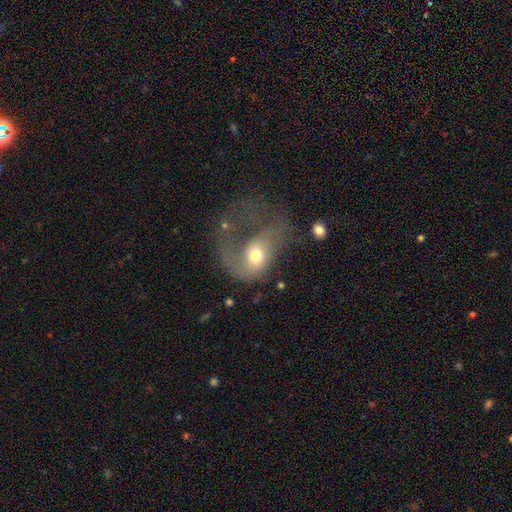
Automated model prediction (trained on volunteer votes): This appears to be a featured or disk galaxy (48%). Merging: major disturbance (64%).